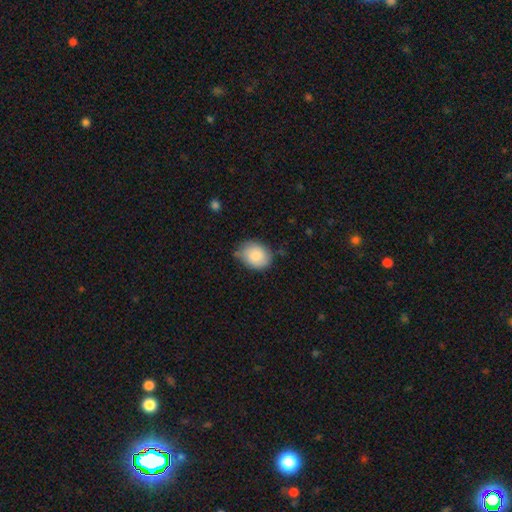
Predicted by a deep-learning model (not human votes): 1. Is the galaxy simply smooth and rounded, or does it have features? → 83% smooth, 11% featured or disk, 7% star or artifact.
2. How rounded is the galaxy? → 57% in between, 42% round, 1% cigar-shaped.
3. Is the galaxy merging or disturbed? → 64% none, 29% minor disturbance, 5% major disturbance, 2% merger.